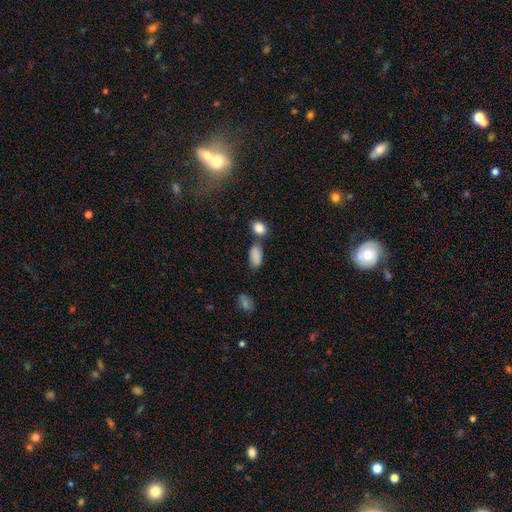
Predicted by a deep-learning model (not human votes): This appears to be a smooth galaxy with no disk features (86%) that is in between round and cigar-shaped (92%). Merging: none (57%).